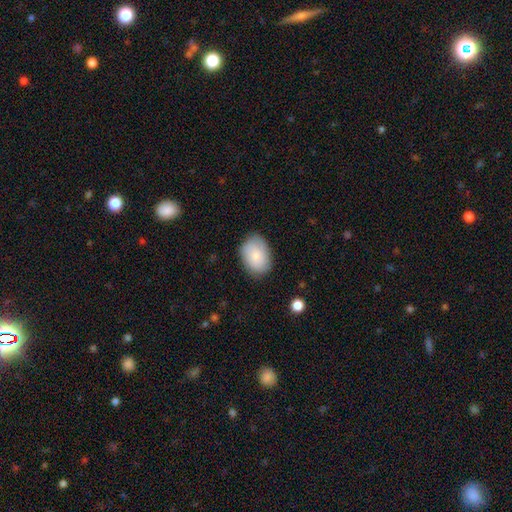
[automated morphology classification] Q: Smooth or featured?
A: smooth (81%); runner-up: featured or disk (13%)
Q: How rounded?
A: in between (79%); runner-up: round (20%)
Q: Merging?
A: none (79%); runner-up: minor disturbance (16%)